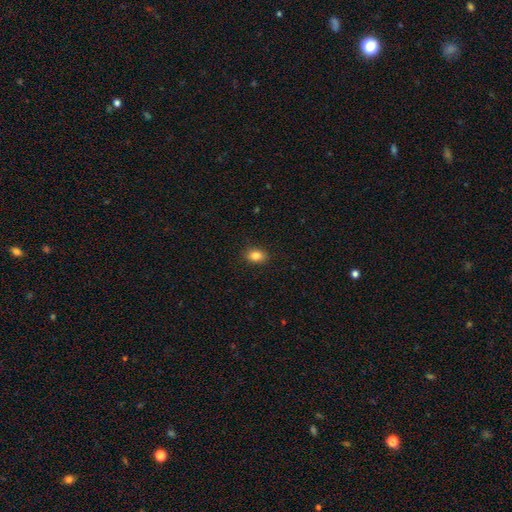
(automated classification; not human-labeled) Smooth or featured?
  - smooth: 85% *
  - star or artifact: 9%
  - featured or disk: 6%
How rounded?
  - in between: 76% *
  - round: 22%
  - cigar-shaped: 1%
Merging?
  - none: 89% *
  - minor disturbance: 8%
  - major disturbance: 2%
  - merger: 1%